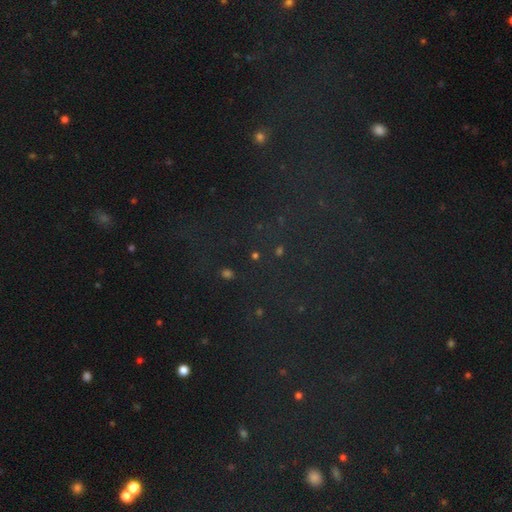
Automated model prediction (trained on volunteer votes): smooth_or_featured: star or artifact (p=0.67) [alt: smooth p=0.24]